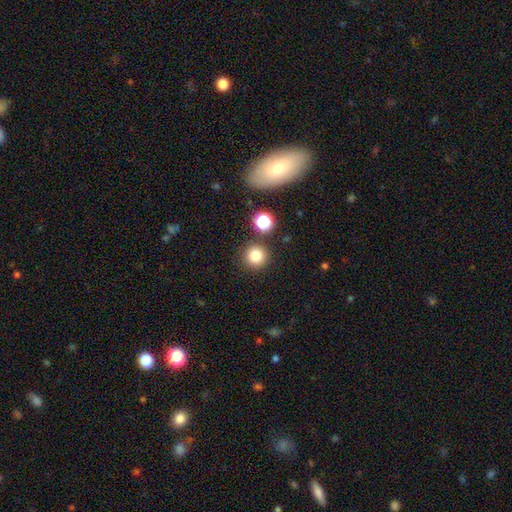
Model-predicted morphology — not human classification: Smooth or featured?
  - smooth: 80% *
  - star or artifact: 14%
  - featured or disk: 7%
How rounded?
  - round: 94% *
  - in between: 5%
  - cigar-shaped: 1%
Merging?
  - none: 85% *
  - minor disturbance: 7%
  - merger: 6%
  - major disturbance: 3%